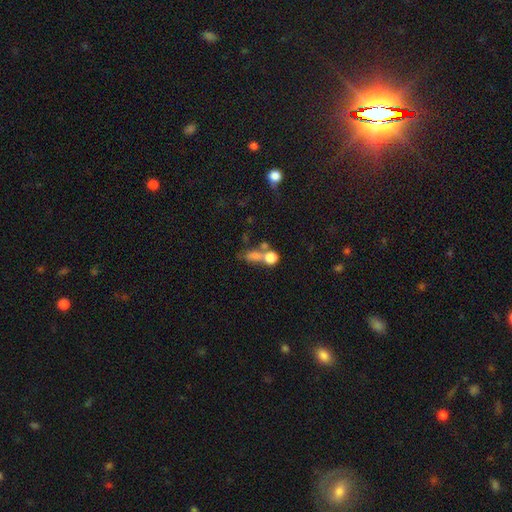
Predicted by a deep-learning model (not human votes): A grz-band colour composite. It shows a smooth galaxy with no disk features (67%) that is round (45%). Merging: merger (46%).